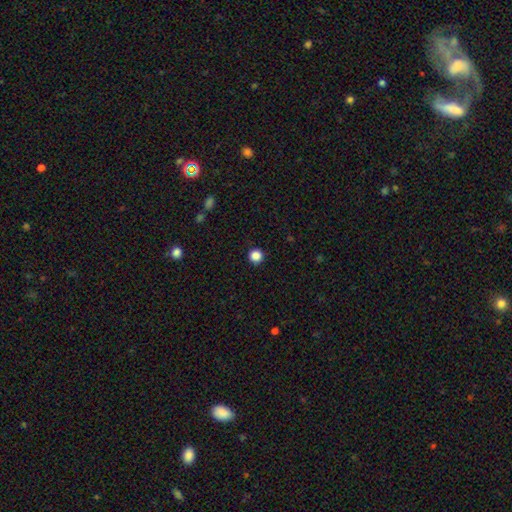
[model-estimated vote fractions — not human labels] Smooth or featured? Predicted: smooth (p=0.87). How rounded? Predicted: round (p=0.96). Merging? Predicted: none (p=0.93).